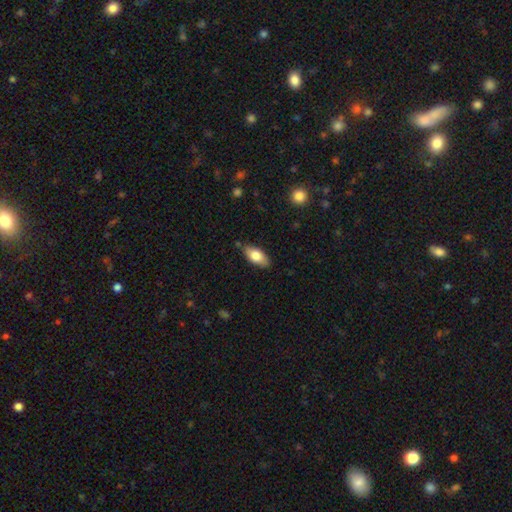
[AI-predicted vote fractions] Q: Smooth or featured?
A: smooth (77%); runner-up: featured or disk (16%)
Q: How rounded?
A: in between (87%); runner-up: cigar-shaped (10%)
Q: Merging?
A: none (82%); runner-up: minor disturbance (14%)